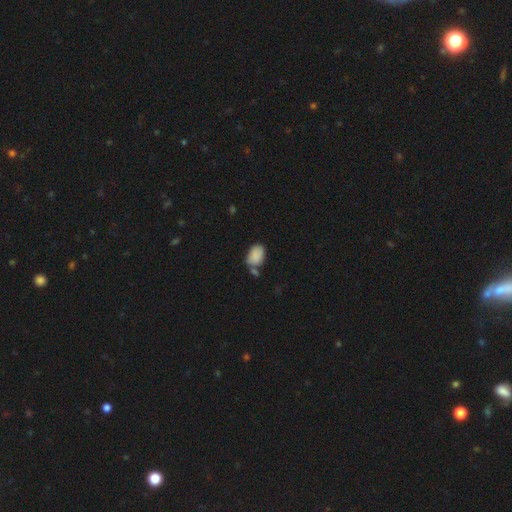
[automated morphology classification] Q: Smooth or featured?
A: smooth (86%); runner-up: star or artifact (8%)
Q: How rounded?
A: in between (86%); runner-up: round (12%)
Q: Merging?
A: none (50%); runner-up: merger (24%)